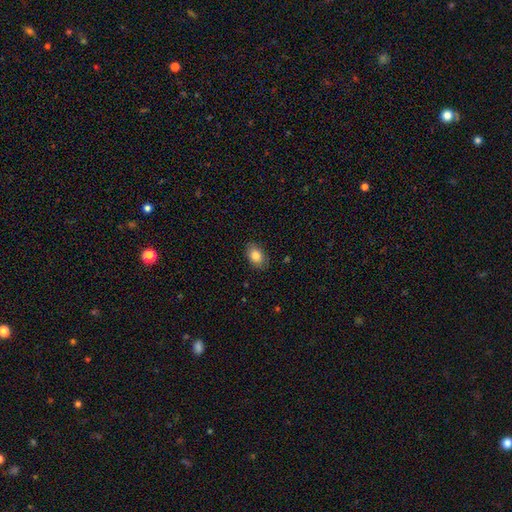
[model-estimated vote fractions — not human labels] Smooth or featured? Predicted: smooth (p=0.84). How rounded? Predicted: in between (p=0.84). Merging? Predicted: none (p=0.86).